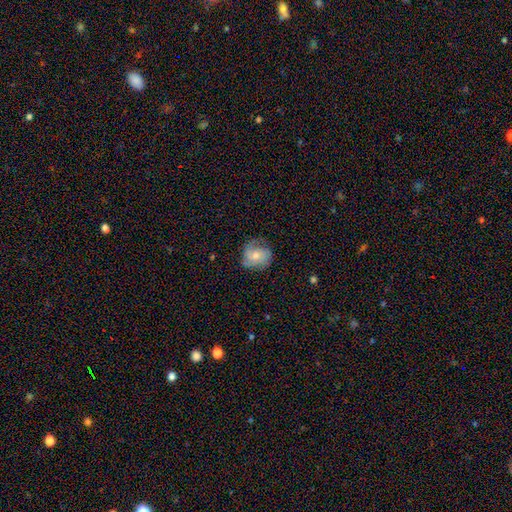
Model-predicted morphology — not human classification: Q: Smooth or featured?
A: featured or disk (64%); runner-up: smooth (28%)
Q: Edge-on disk?
A: no (97%); runner-up: yes (3%)
Q: Bar?
A: no (75%); runner-up: weak (21%)
Q: Spiral arms?
A: yes (90%); runner-up: no (10%)
Q: Spiral winding?
A: tight (47%); runner-up: medium (38%)
Q: Spiral arm count?
A: 2 (37%); runner-up: 3 (24%)
Q: Bulge size?
A: moderate (51%); runner-up: small (44%)
Q: Merging?
A: none (67%); runner-up: minor disturbance (23%)